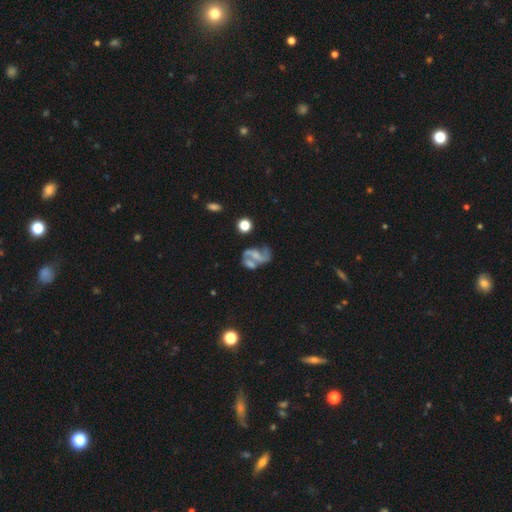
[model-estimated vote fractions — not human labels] Overall: featured or disk (72%). Edge-on disk: no (97%). Bar: no (42%; weak 36%). Spiral arms: yes (83%). Spiral arm count: 2 (80%). Spiral winding: loose (54%; medium 36%). Bulge size: small (40%; none 31%). Merging: merger (37%; none 32%).